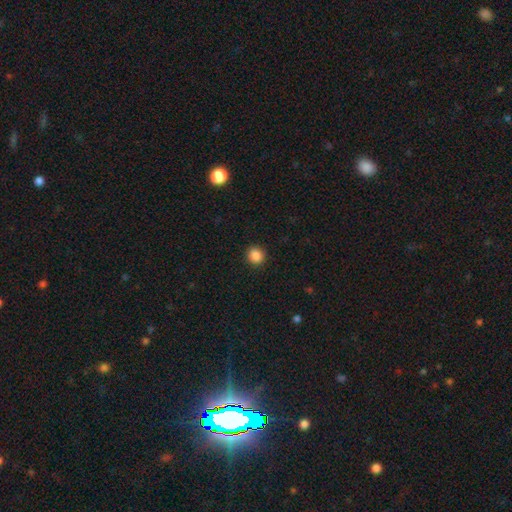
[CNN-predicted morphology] Smooth or featured? Predicted: smooth (p=0.87). How rounded? Predicted: round (p=0.88). Merging? Predicted: none (p=0.92).